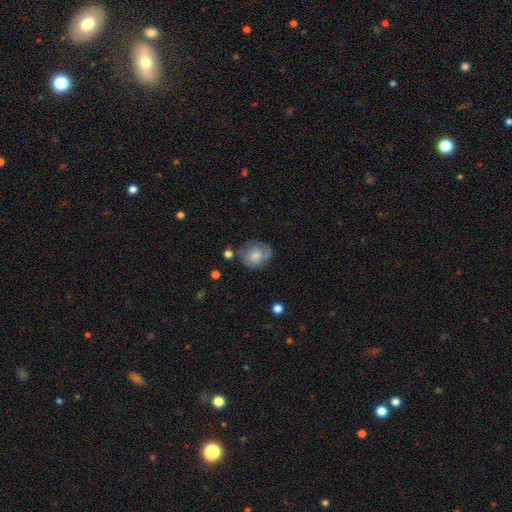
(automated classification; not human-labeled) Overall: smooth (63%; featured or disk 30%). How rounded: round (61%; in between 37%). Merging: none (58%; minor disturbance 26%).